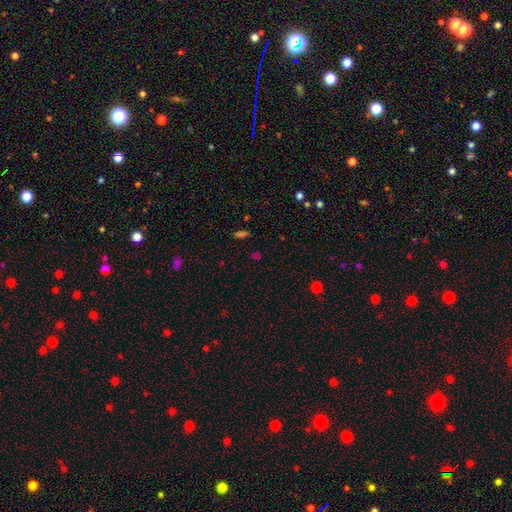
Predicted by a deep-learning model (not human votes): smooth_or_featured: star or artifact (p=0.48) [alt: smooth p=0.44]